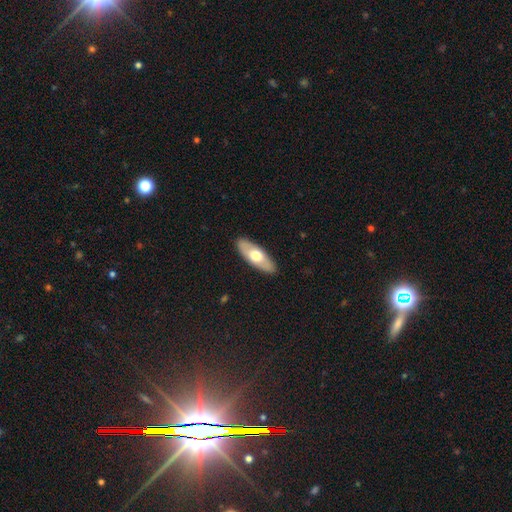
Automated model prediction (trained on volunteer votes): This appears to be a smooth galaxy with no disk features (57%) that is in between round and cigar-shaped (70%). Merging: none (89%).